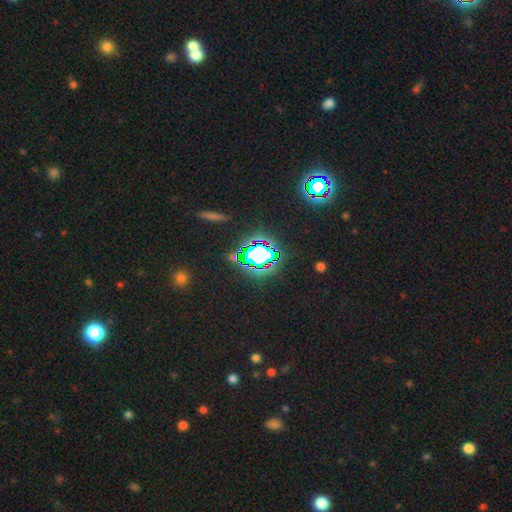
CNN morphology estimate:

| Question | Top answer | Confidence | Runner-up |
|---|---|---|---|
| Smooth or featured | star or artifact | 71% | smooth (18%) |